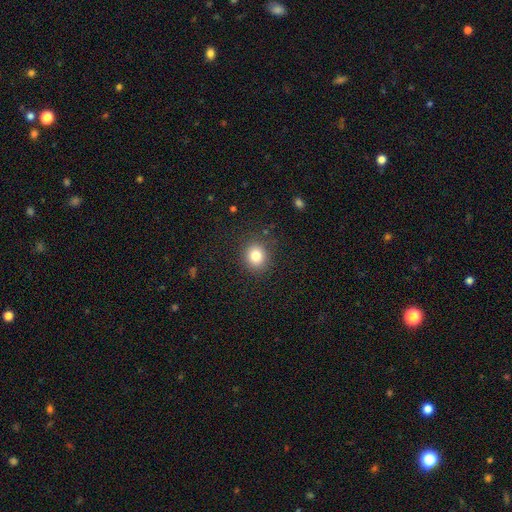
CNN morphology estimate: Q: Smooth or featured?
A: smooth (81%); runner-up: star or artifact (12%)
Q: How rounded?
A: round (80%); runner-up: in between (19%)
Q: Merging?
A: none (88%); runner-up: minor disturbance (8%)